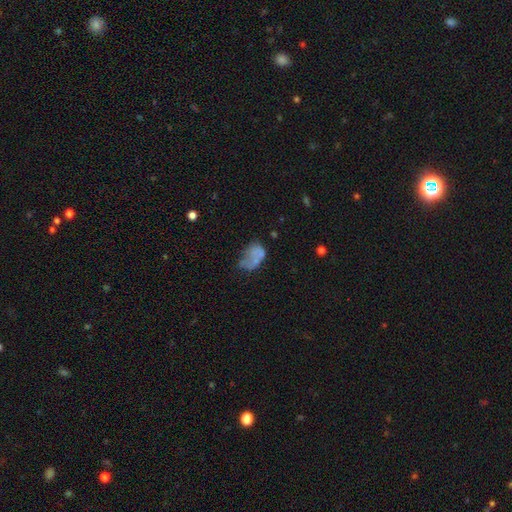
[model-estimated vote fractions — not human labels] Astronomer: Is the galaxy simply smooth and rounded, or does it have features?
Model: smooth — 51% (runner-up: featured or disk, 36%).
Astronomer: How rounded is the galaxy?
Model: in between — 81%.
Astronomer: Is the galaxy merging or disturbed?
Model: major disturbance — 29% (runner-up: none, 28%).